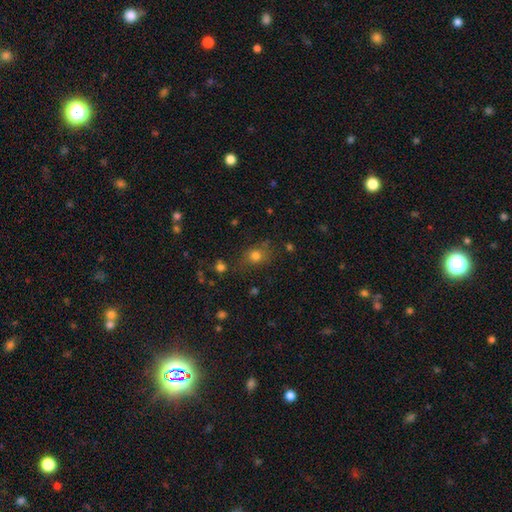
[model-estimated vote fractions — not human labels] Smooth or featured?
  - smooth: 75% *
  - star or artifact: 16%
  - featured or disk: 9%
How rounded?
  - round: 66% *
  - in between: 33%
  - cigar-shaped: 1%
Merging?
  - none: 69% *
  - minor disturbance: 18%
  - major disturbance: 8%
  - merger: 5%